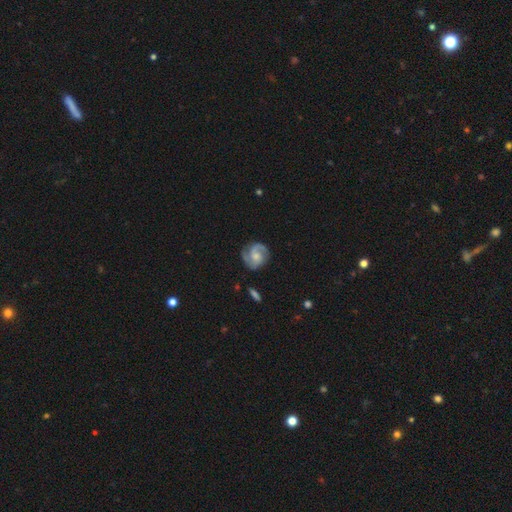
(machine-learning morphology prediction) Smooth or featured?
  - featured or disk: 83% *
  - smooth: 12%
  - star or artifact: 5%
Edge-on disk?
  - no: 98% *
  - yes: 2%
Bar?
  - no: 58% *
  - weak: 36%
  - strong: 6%
Spiral arms?
  - yes: 97% *
  - no: 3%
Spiral winding?
  - medium: 47% *
  - tight: 39%
  - loose: 14%
Spiral arm count?
  - 2: 74% *
  - 3: 11%
  - can't tell: 7%
  - 1: 4%
  - 4: 2%
  - more than 4: 2%
Bulge size?
  - moderate: 46% *
  - small: 42%
  - none: 7%
  - large: 4%
  - dominant: 1%
Merging?
  - none: 76% *
  - minor disturbance: 17%
  - major disturbance: 6%
  - merger: 2%